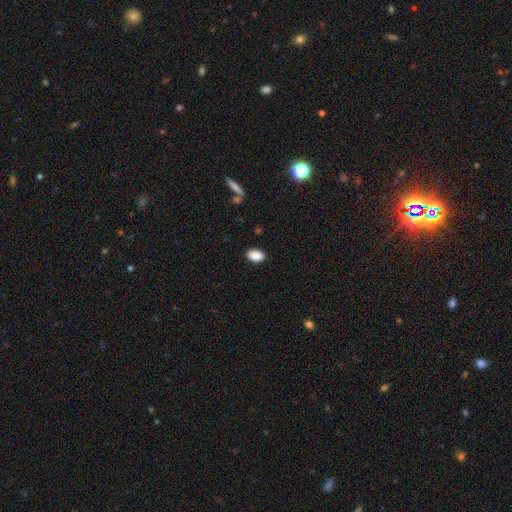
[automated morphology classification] A smooth galaxy with no disk features (89%) that is in between round and cigar-shaped (89%). Merging: none (88%).